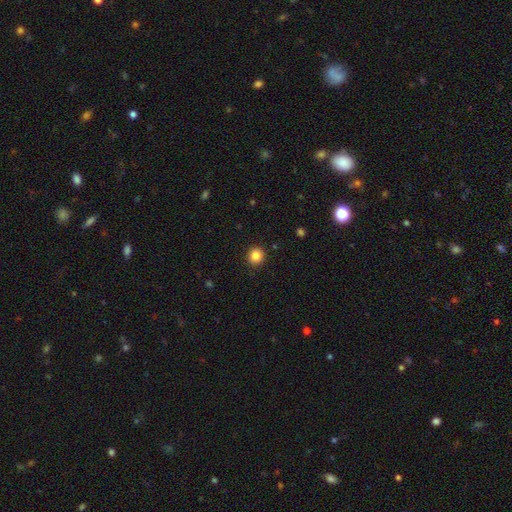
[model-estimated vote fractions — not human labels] Smooth or featured: smooth — 85% (star or artifact — 11%)
How rounded: round — 91% (in between — 8%)
Merging: none — 92% (minor disturbance — 6%)